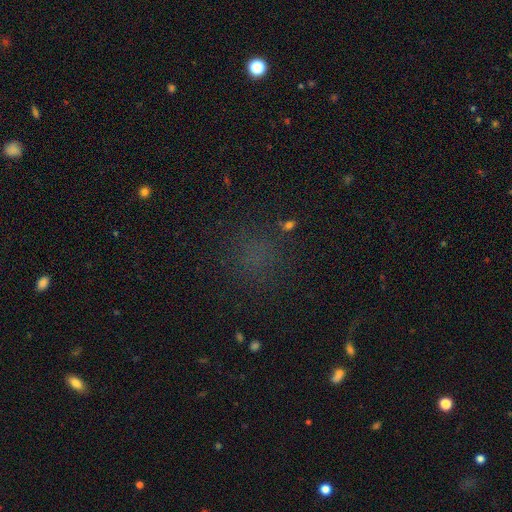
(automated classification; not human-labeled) A smooth galaxy with no disk features (52%) that is round (85%).

Vote fractions:
- Smooth or featured? smooth: 52% / star or artifact: 39% / featured or disk: 9%
- How rounded? round: 85% / in between: 13% / cigar-shaped: 2%
- Merging? none: 80% / minor disturbance: 11% / major disturbance: 7% / merger: 3%